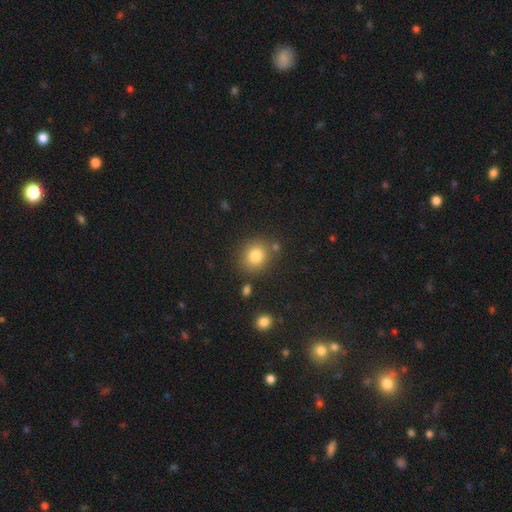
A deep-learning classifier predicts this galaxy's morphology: Smooth or featured? Predicted: smooth (p=0.82). How rounded? Predicted: round (p=0.76). Merging? Predicted: none (p=0.78).